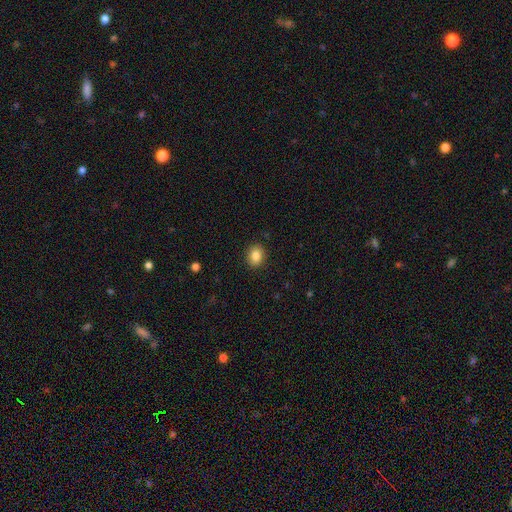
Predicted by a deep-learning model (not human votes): This appears to be a smooth galaxy with no disk features (85%) that is round (50%). Merging: none (89%).